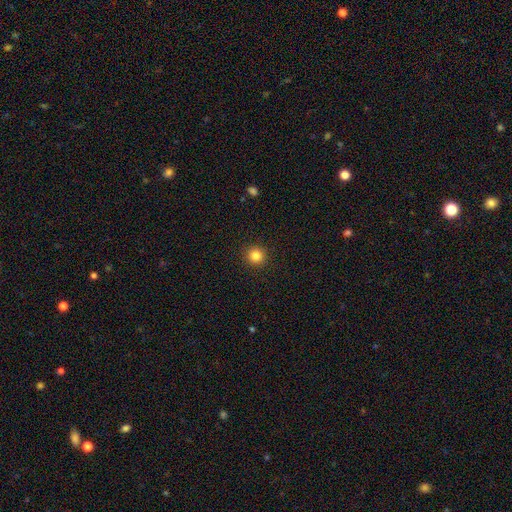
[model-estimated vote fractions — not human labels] This appears to be a smooth galaxy with no disk features (84%) that is round (95%). Merging: none (92%).